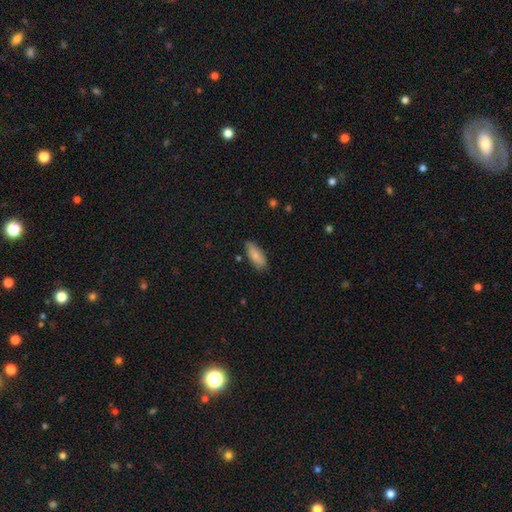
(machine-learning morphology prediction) Smooth or featured: smooth — 78% (featured or disk — 15%)
How rounded: in between — 80% (cigar-shaped — 18%)
Merging: none — 79% (minor disturbance — 17%)